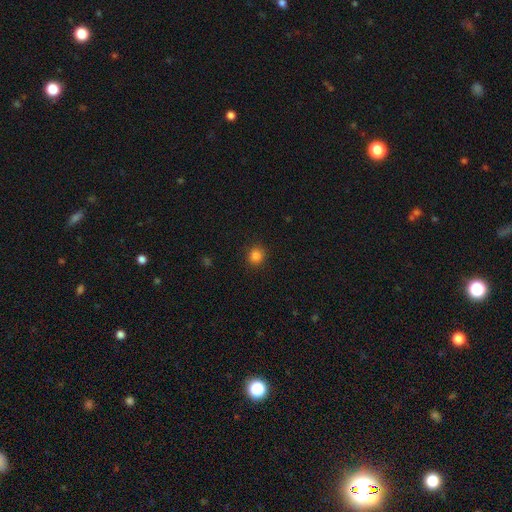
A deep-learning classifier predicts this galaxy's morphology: Smooth or featured? Predicted: smooth (p=0.85). How rounded? Predicted: round (p=0.88). Merging? Predicted: none (p=0.91).